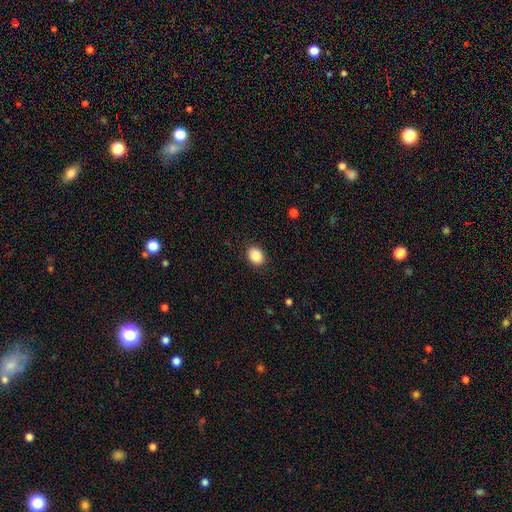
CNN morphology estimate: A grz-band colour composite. It shows a smooth galaxy with no disk features (88%) that is in between round and cigar-shaped (53%). Merging: none (89%).